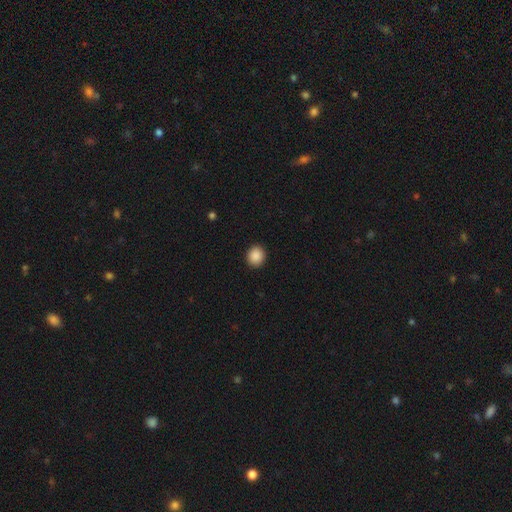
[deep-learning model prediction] smooth_or_featured: smooth (p=0.89) [alt: star or artifact p=0.08]
how_rounded: round (p=0.79) [alt: in between p=0.20]
merging: none (p=0.92) [alt: minor disturbance p=0.05]